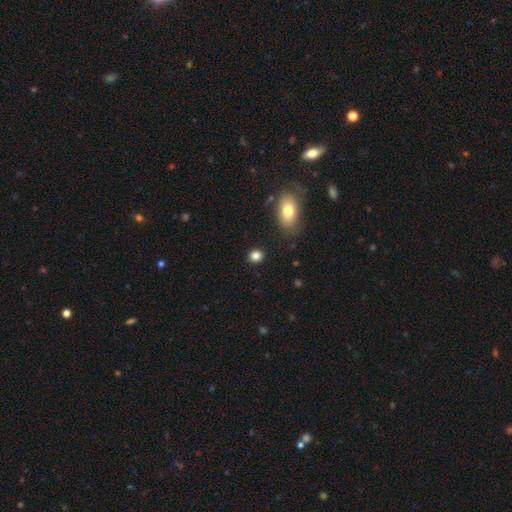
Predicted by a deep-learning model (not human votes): The model was most divided on "how rounded": round: 74%, in between: 24%, cigar-shaped: 1%. More confident: merging — none (88%); smooth or featured — smooth (85%).